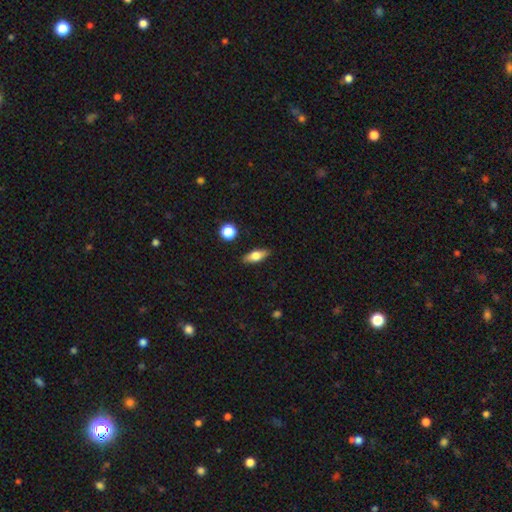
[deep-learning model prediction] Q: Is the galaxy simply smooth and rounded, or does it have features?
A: smooth — 67%.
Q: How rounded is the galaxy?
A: in between — 71%.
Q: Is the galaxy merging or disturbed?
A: none — 88%.